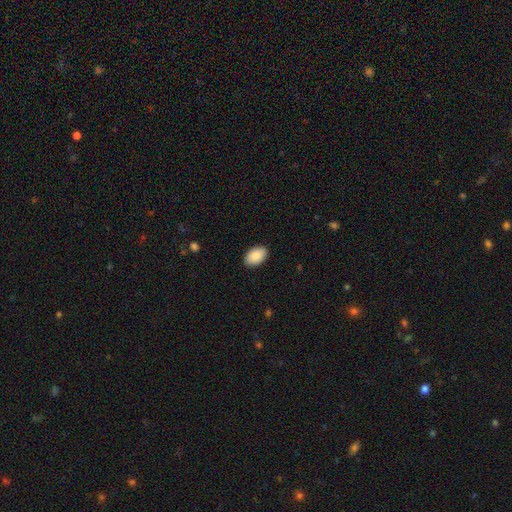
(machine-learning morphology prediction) Smooth or featured?
  - smooth: 89% *
  - star or artifact: 6%
  - featured or disk: 5%
How rounded?
  - in between: 93% *
  - round: 6%
  - cigar-shaped: 1%
Merging?
  - none: 89% *
  - minor disturbance: 8%
  - major disturbance: 2%
  - merger: 1%